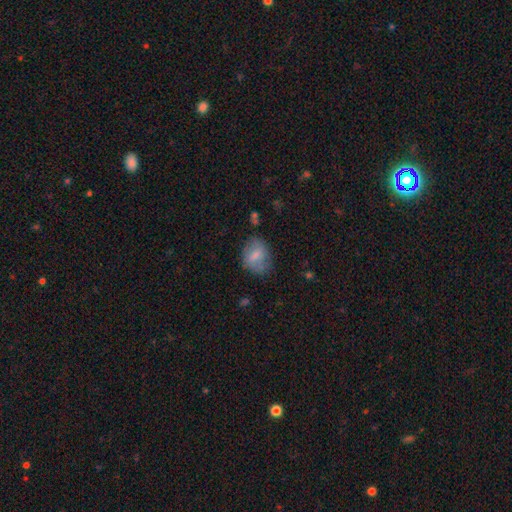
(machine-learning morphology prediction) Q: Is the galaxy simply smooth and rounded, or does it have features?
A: smooth — 71%.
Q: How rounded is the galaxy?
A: in between — 59%.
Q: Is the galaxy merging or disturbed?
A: none — 63%.